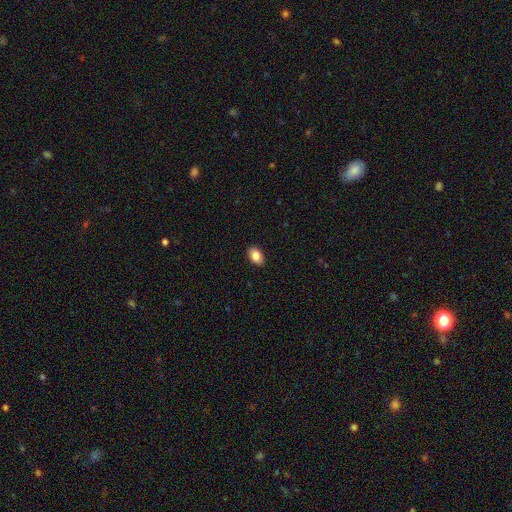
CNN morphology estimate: This is clearly a smooth galaxy (87%). How rounded: clearly in between (89%). Merging: clearly none (90%).